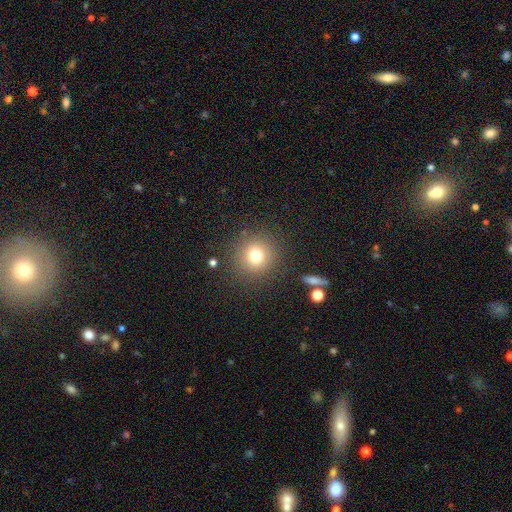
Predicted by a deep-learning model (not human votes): This is likely a smooth galaxy (75%). How rounded: clearly round (92%). Merging: clearly none (87%).